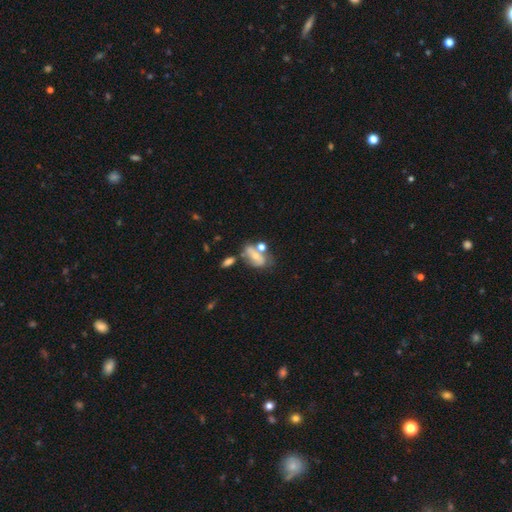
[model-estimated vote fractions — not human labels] This is possibly a featured or disk galaxy (49%). Merging: marginally none (40%).